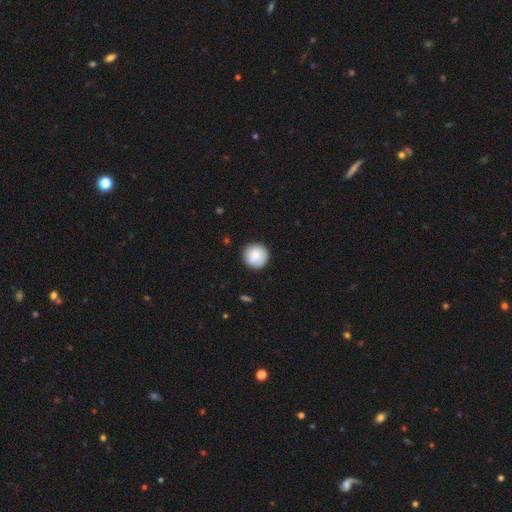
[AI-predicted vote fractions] Morphology: type=smooth (84%); roundness=round (96%); merging=none (90%).